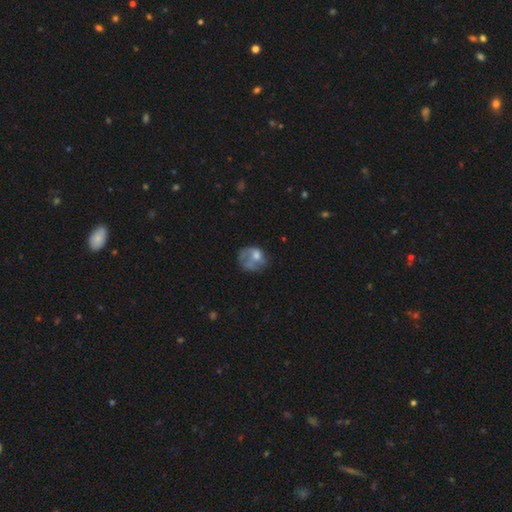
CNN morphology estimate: smooth_or_featured: smooth (p=0.51) [alt: featured or disk p=0.39]
how_rounded: round (p=0.54) [alt: in between p=0.45]
merging: none (p=0.34) [alt: major disturbance p=0.33]